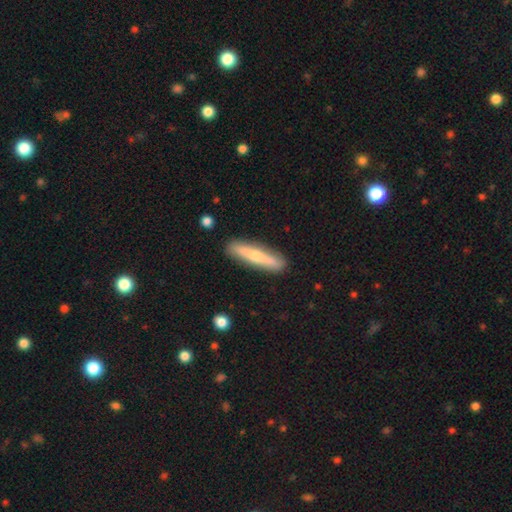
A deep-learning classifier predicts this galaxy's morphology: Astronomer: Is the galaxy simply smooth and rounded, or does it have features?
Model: featured or disk — 47%, tied with smooth at 47%.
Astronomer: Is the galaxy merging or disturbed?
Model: none — 89%.